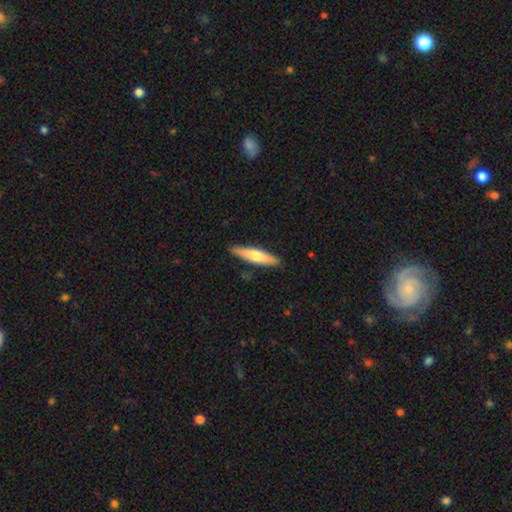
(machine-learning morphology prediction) Q: Smooth or featured?
A: smooth (64%); runner-up: featured or disk (31%)
Q: How rounded?
A: cigar-shaped (85%); runner-up: in between (13%)
Q: Merging?
A: none (89%); runner-up: minor disturbance (9%)